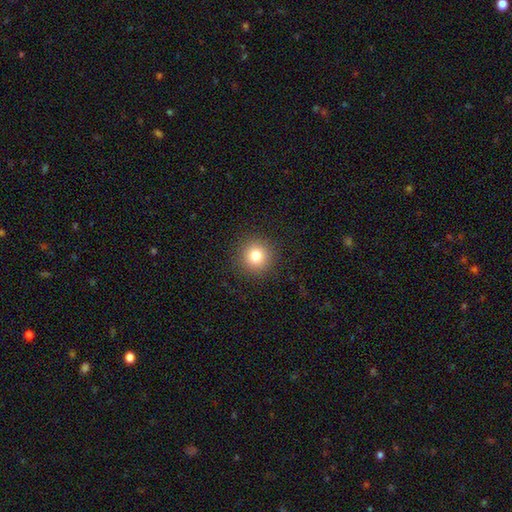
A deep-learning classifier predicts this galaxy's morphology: This appears to be a smooth galaxy with no disk features (81%) that is round (95%). Merging: none (91%).